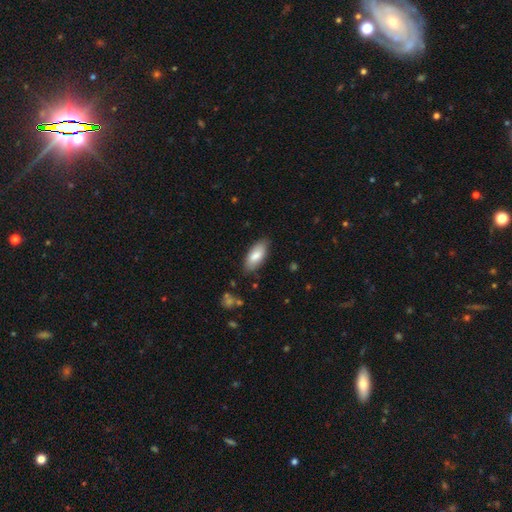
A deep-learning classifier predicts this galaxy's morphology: Q: Smooth or featured?
A: smooth (83%); runner-up: featured or disk (12%)
Q: How rounded?
A: in between (86%); runner-up: cigar-shaped (12%)
Q: Merging?
A: none (82%); runner-up: minor disturbance (14%)